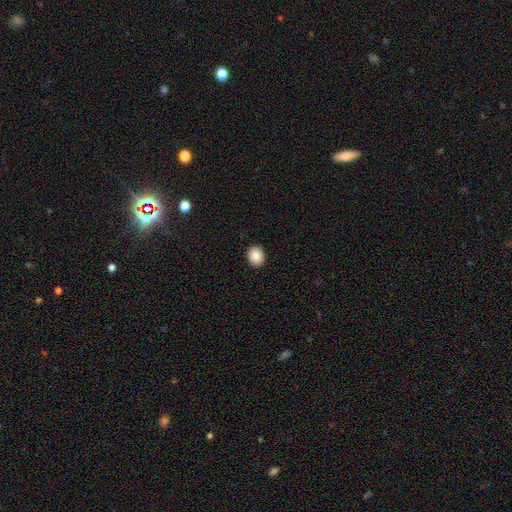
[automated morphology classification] Smooth or featured? smooth (88%)
How rounded? in between (50%)
Merging? none (91%)